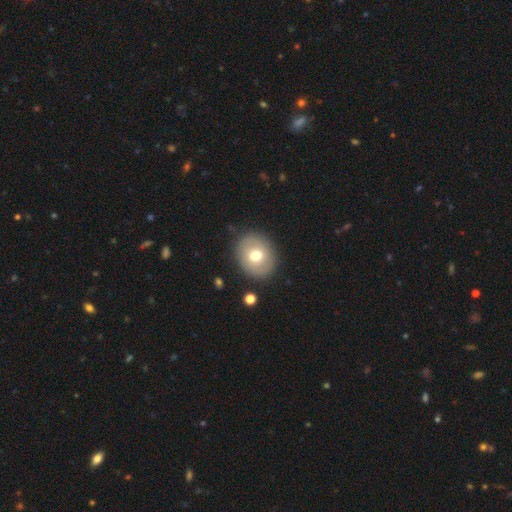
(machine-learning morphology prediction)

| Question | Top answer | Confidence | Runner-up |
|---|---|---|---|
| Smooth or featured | smooth | 66% | featured or disk (25%) |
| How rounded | round | 63% | in between (36%) |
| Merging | none | 86% | minor disturbance (9%) |